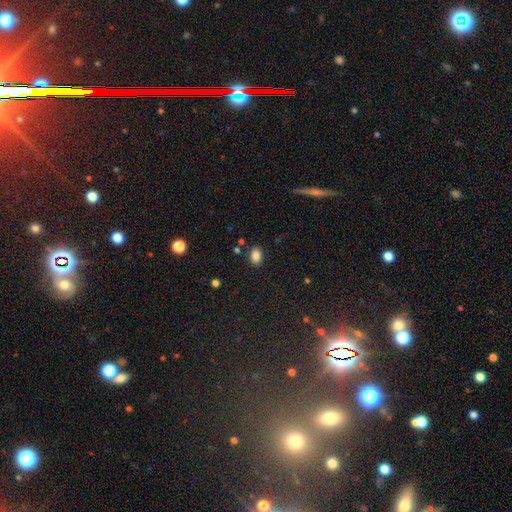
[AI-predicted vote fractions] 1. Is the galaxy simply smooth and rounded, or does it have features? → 85% smooth, 10% star or artifact, 5% featured or disk.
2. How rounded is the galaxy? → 77% in between, 22% round, 1% cigar-shaped.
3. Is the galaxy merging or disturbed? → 84% none, 10% minor disturbance, 3% merger, 3% major disturbance.